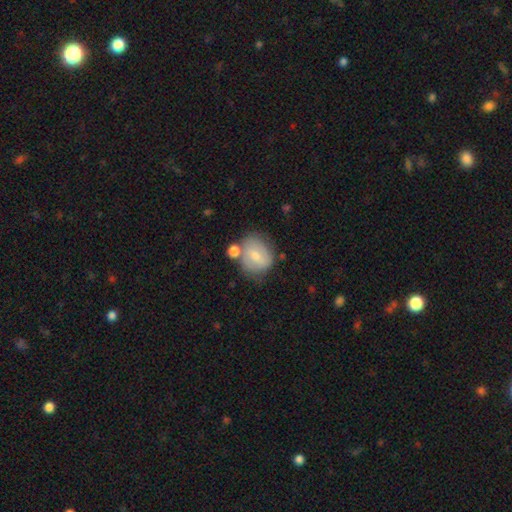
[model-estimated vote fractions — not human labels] Smooth or featured?
  - smooth: 62% *
  - featured or disk: 31%
  - star or artifact: 8%
How rounded?
  - round: 60% *
  - in between: 39%
  - cigar-shaped: 1%
Merging?
  - none: 52% *
  - minor disturbance: 21%
  - merger: 19%
  - major disturbance: 8%